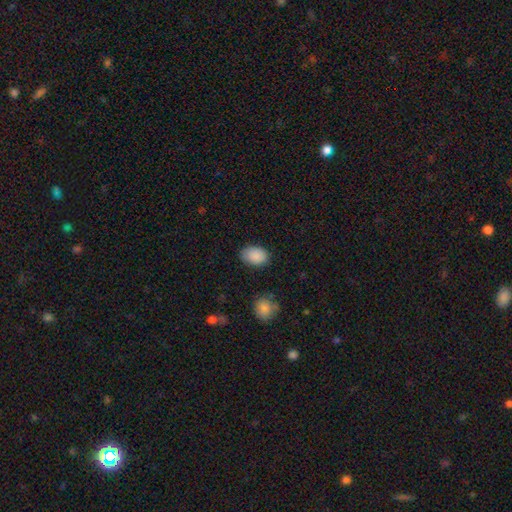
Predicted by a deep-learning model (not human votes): This is clearly a smooth galaxy (89%). How rounded: clearly in between (85%). Merging: clearly none (80%).